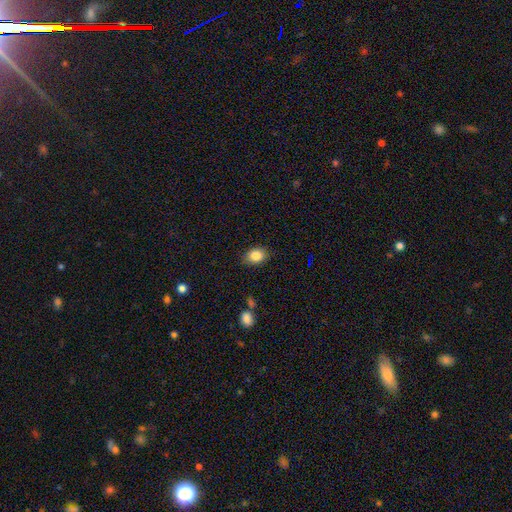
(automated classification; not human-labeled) Smooth or featured: smooth — 85% (star or artifact — 9%)
How rounded: in between — 69% (round — 30%)
Merging: none — 84% (minor disturbance — 12%)